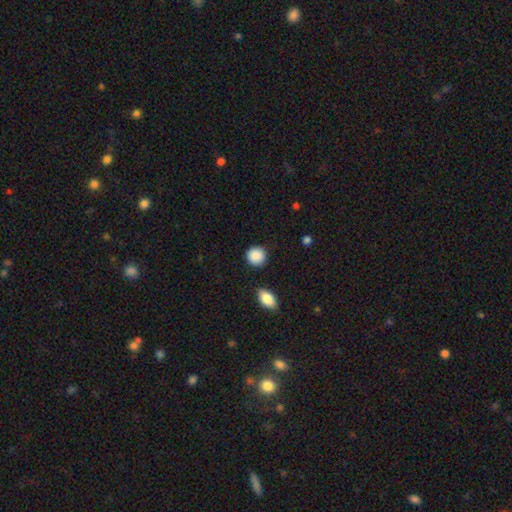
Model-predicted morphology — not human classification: The model was most divided on "merging": none: 88%, minor disturbance: 8%, major disturbance: 2%, merger: 2%. More confident: how rounded — round (90%); smooth or featured — smooth (90%).